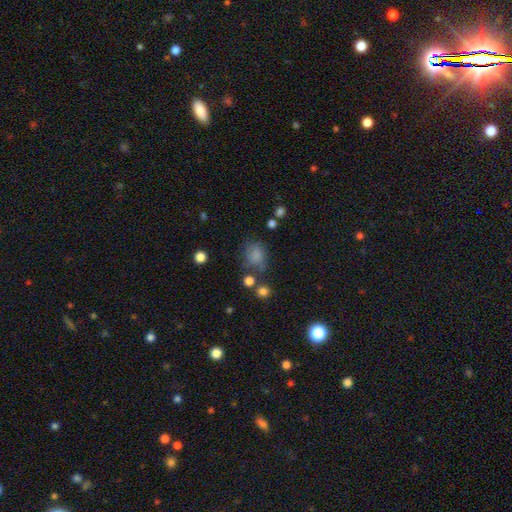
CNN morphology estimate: smooth 77%, star or artifact 13%, featured or disk 10%. Down the decision tree: how rounded — round (53%); merging — none (50%).